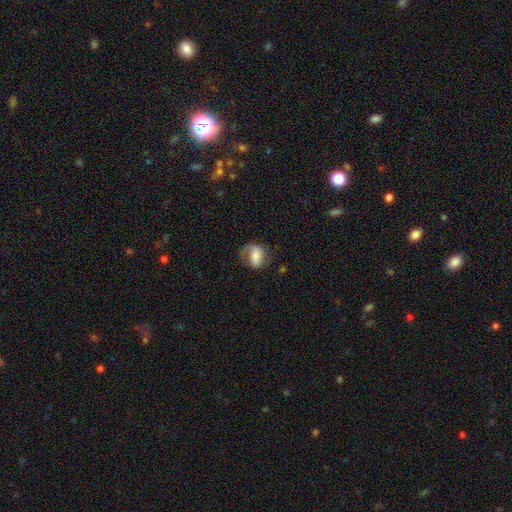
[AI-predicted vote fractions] Overall: featured or disk (46%, tied with smooth). Merging: none (45%; major disturbance 29%).